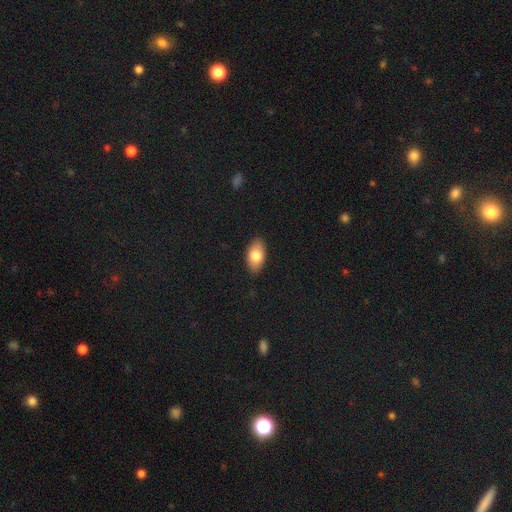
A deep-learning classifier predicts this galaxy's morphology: This appears to be a smooth galaxy with no disk features (79%) that is in between round and cigar-shaped (93%). Merging: none (87%).